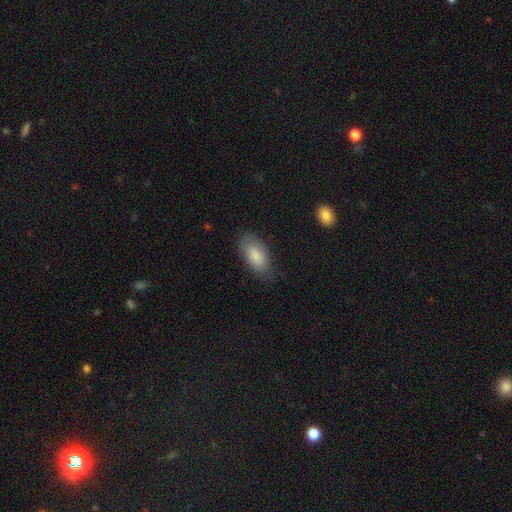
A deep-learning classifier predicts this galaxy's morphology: smooth-or-featured: smooth: 85% | featured or disk: 10% | star or artifact: 6%
  how-rounded: in between: 93% | cigar-shaped: 5% | round: 3%
  merging: none: 77% | minor disturbance: 17% | major disturbance: 4% | merger: 1%